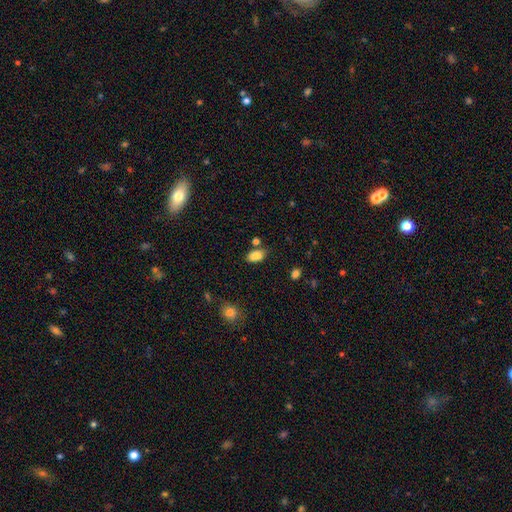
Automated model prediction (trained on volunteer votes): This appears to be a smooth galaxy with no disk features (85%) that is in between round and cigar-shaped (90%). Merging: none (69%).